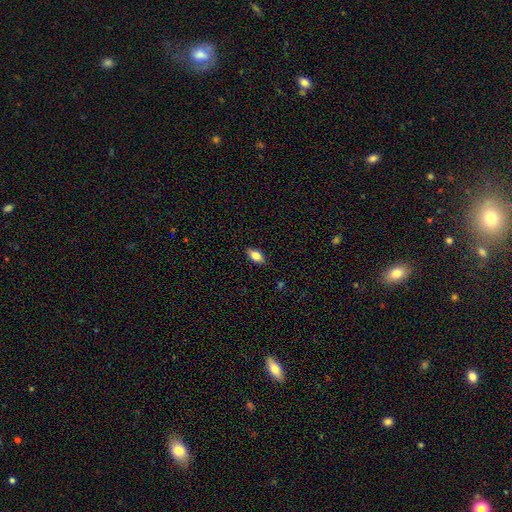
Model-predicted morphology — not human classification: smooth 79%, featured or disk 14%, star or artifact 8%. Down the decision tree: how rounded — in between (88%); merging — none (86%).